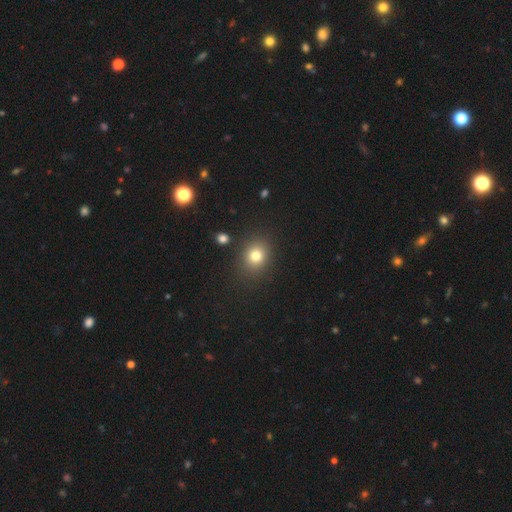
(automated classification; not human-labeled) Morphology: type=smooth (79%); roundness=round (66%); merging=none (85%).